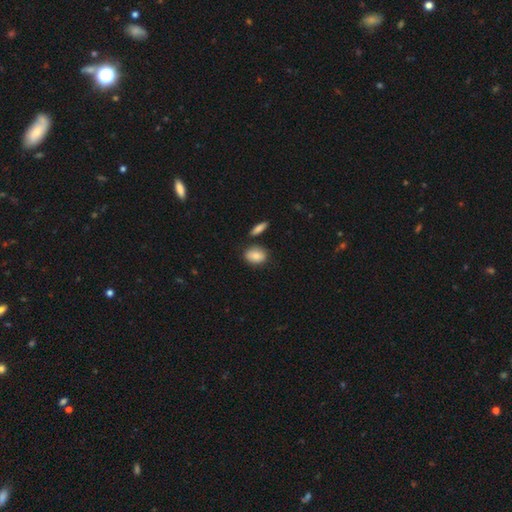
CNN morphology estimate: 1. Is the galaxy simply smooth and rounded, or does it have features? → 84% smooth, 9% featured or disk, 7% star or artifact.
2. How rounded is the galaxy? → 71% in between, 27% round, 2% cigar-shaped.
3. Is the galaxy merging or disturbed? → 78% none, 13% minor disturbance, 7% merger, 3% major disturbance.